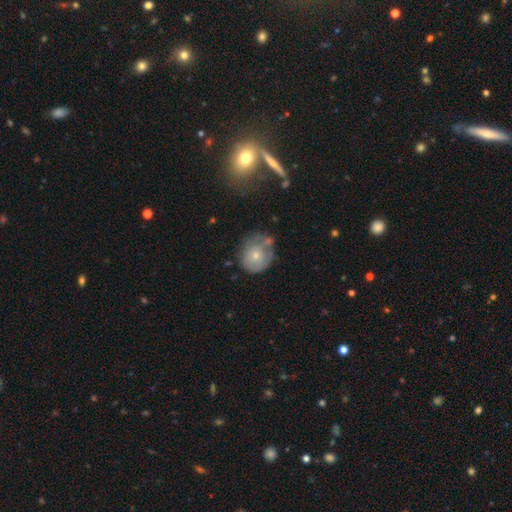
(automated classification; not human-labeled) A smooth galaxy with no disk features (60%) that is round (72%).

Vote fractions:
- Smooth or featured? smooth: 60% / featured or disk: 32% / star or artifact: 7%
- How rounded? round: 72% / in between: 27% / cigar-shaped: 1%
- Merging? none: 43% / minor disturbance: 31% / major disturbance: 14% / merger: 13%